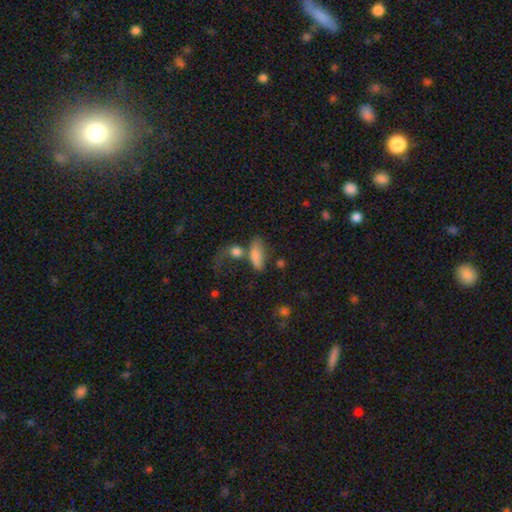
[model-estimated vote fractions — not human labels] Smooth or featured? Predicted: smooth (p=0.79). How rounded? Predicted: in between (p=0.78). Merging? Predicted: merger (p=0.33, tied with none).